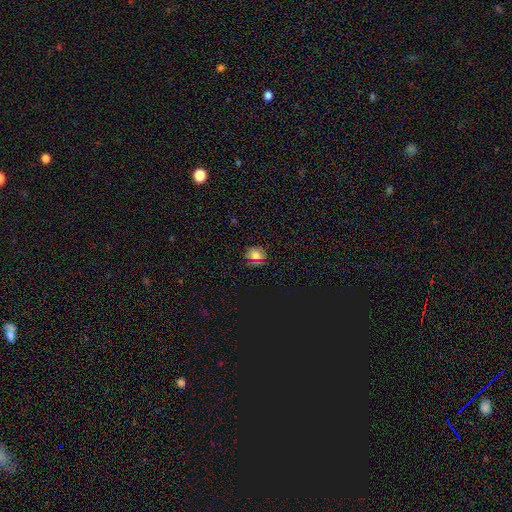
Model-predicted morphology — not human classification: This is likely a smooth galaxy (66%). How rounded: likely round (75%). Merging: clearly none (83%).